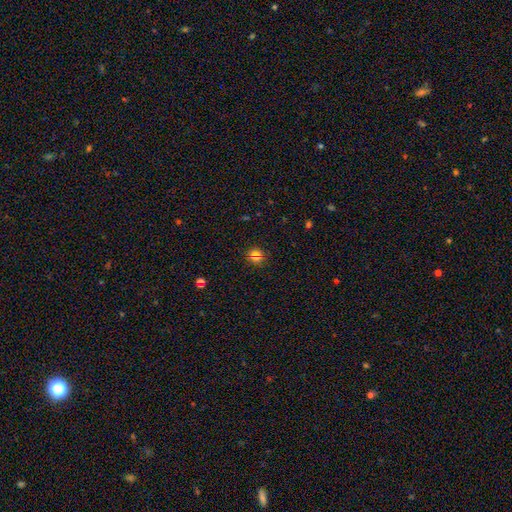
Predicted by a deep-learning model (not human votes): smooth 65%, star or artifact 26%, featured or disk 9%. Down the decision tree: how rounded — round (89%); merging — none (79%).